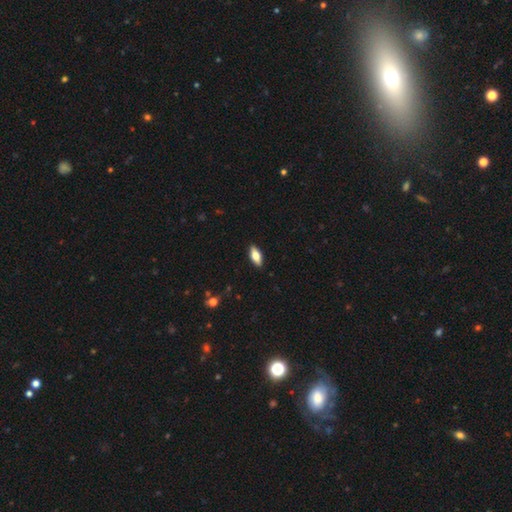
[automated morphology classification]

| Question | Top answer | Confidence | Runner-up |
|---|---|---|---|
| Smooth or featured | smooth | 71% | featured or disk (23%) |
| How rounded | in between | 79% | cigar-shaped (19%) |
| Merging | none | 89% | minor disturbance (8%) |